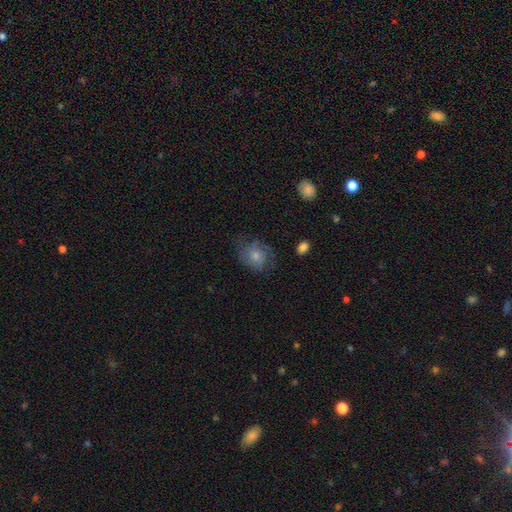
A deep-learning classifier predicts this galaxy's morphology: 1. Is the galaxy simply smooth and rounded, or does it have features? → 47% featured or disk, 45% smooth, 8% star or artifact.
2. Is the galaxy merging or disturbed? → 60% none, 24% minor disturbance, 14% major disturbance, 2% merger.